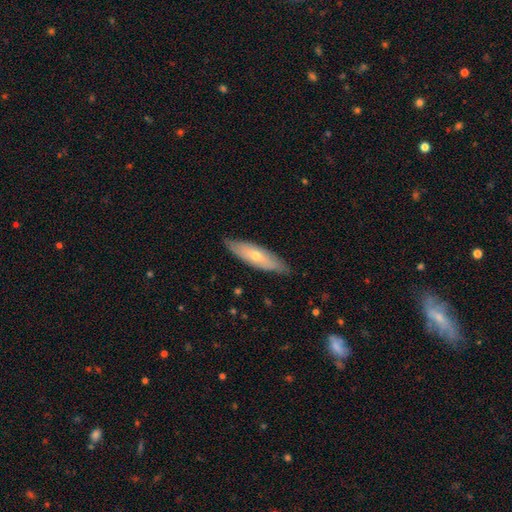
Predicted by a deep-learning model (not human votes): Smooth or featured? smooth (49%)
Merging? none (83%)